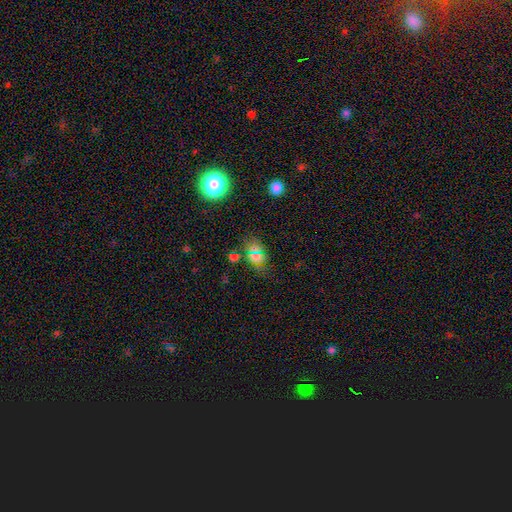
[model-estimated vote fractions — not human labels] A smooth galaxy with no disk features (59%) that is in between round and cigar-shaped (66%). Merging: none (75%).